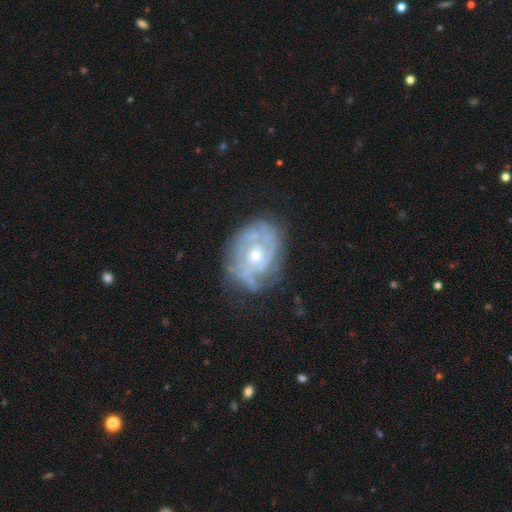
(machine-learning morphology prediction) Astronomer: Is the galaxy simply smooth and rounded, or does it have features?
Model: featured or disk — 80%.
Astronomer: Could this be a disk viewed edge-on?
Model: no — 97%.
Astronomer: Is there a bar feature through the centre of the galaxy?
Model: no — 78%.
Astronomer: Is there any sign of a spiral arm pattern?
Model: yes — 76%.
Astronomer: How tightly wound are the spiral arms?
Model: tight — 63%.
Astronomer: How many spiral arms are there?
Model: can't tell — 50%.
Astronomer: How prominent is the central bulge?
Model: moderate — 57% (runner-up: small, 39%).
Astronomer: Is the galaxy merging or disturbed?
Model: none — 63%.